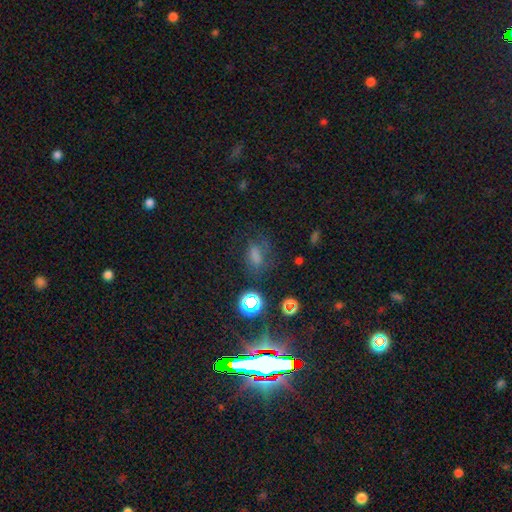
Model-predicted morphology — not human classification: type=smooth (47%); merging=none (61%).